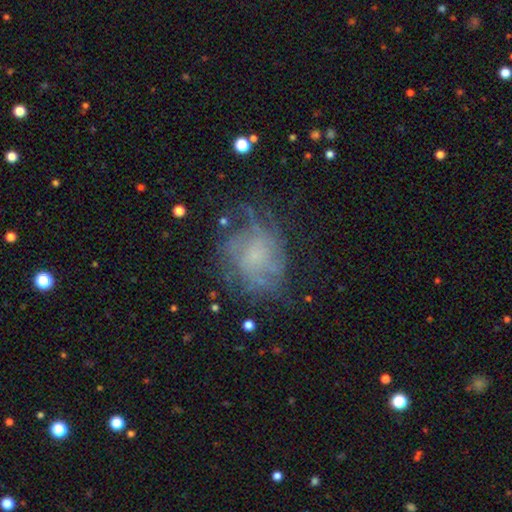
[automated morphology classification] Q: Smooth or featured?
A: featured or disk (60%); runner-up: smooth (27%)
Q: Edge-on disk?
A: no (97%); runner-up: yes (3%)
Q: Bar?
A: no (79%); runner-up: weak (19%)
Q: Spiral arms?
A: yes (72%); runner-up: no (28%)
Q: Bulge size?
A: small (49%); runner-up: none (29%)
Q: Merging?
A: none (57%); runner-up: minor disturbance (22%)